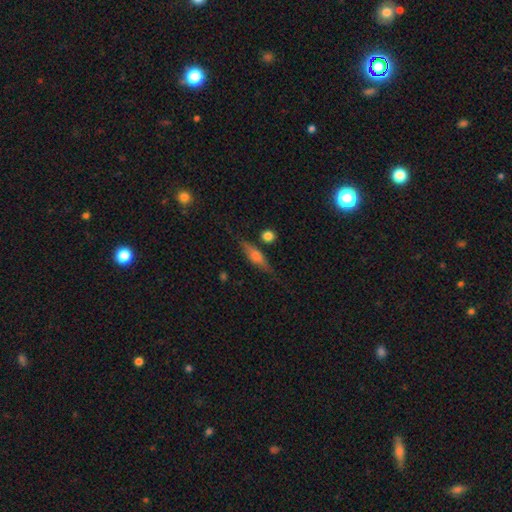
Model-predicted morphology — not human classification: A featured or disk galaxy (54%) viewed edge-on (93%). Merging: none (81%).